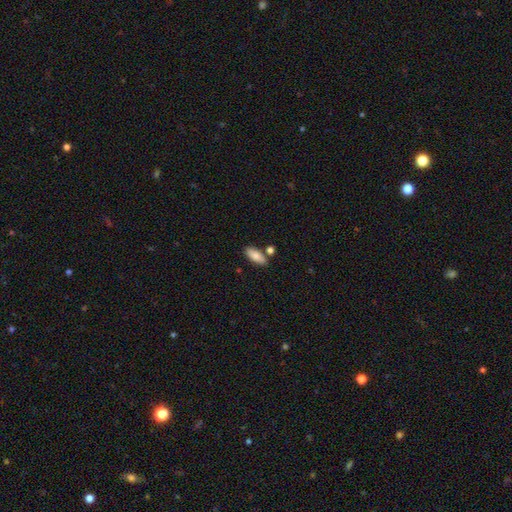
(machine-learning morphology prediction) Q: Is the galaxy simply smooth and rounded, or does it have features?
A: smooth — 82%.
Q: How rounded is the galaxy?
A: in between — 82%.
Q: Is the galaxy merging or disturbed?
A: none — 79%.